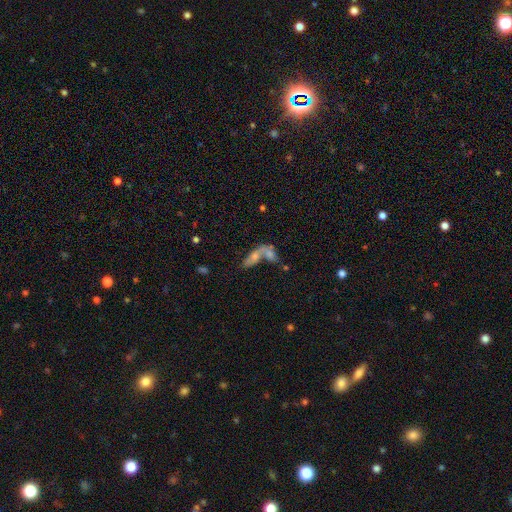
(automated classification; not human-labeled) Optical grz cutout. It shows a smooth galaxy with no disk features (56%) that is in between round and cigar-shaped (62%). Merging: merger (63%).